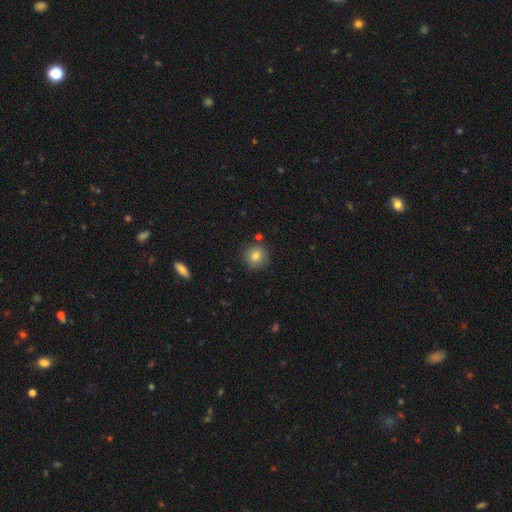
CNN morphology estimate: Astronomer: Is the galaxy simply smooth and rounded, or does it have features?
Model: smooth — 81%.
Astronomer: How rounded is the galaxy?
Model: round — 93%.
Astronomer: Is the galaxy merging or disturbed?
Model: none — 86%.